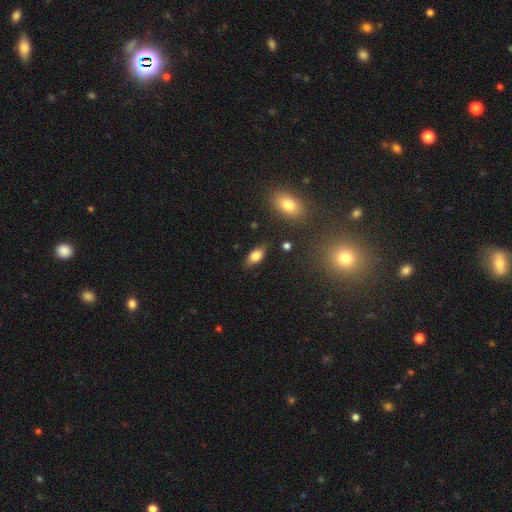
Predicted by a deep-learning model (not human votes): Q: Smooth or featured?
A: smooth (78%); runner-up: featured or disk (14%)
Q: How rounded?
A: in between (87%); runner-up: cigar-shaped (7%)
Q: Merging?
A: none (80%); runner-up: minor disturbance (15%)